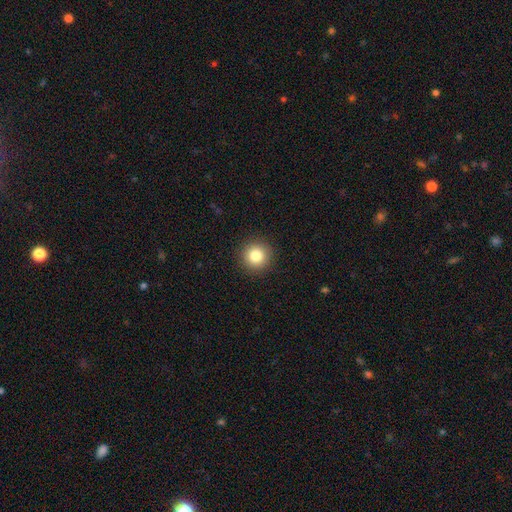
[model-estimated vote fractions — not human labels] smooth 83%, star or artifact 10%, featured or disk 7%. Down the decision tree: how rounded — round (95%); merging — none (92%).